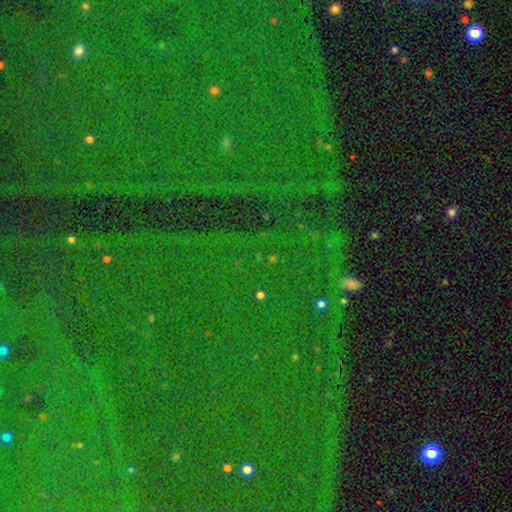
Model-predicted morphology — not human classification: Overall: star or artifact (87%).